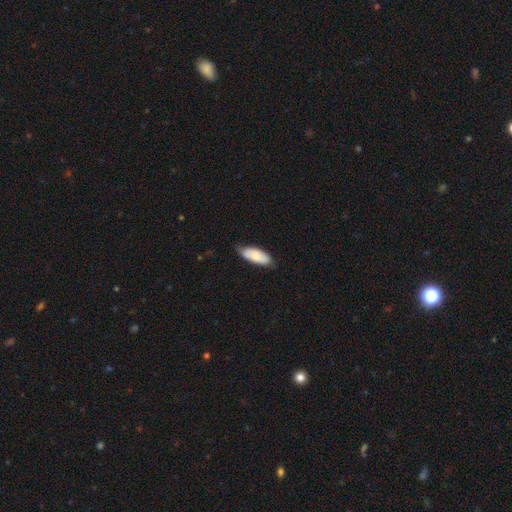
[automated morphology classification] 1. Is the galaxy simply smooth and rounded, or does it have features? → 74% smooth, 21% featured or disk, 6% star or artifact.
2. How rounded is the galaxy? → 78% in between, 20% cigar-shaped, 2% round.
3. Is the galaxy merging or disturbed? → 76% none, 20% minor disturbance, 3% major disturbance, 1% merger.